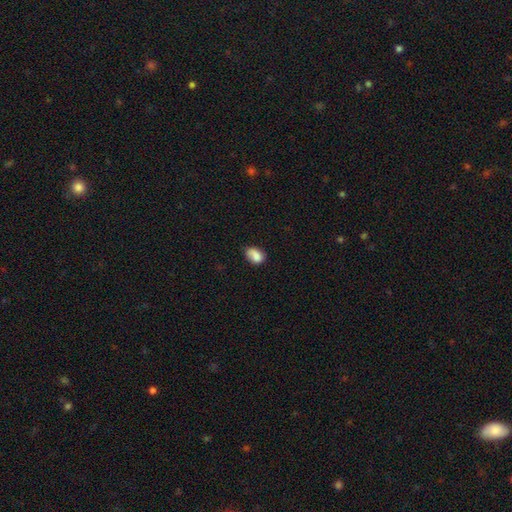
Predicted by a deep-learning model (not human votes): Overall: smooth (81%). How rounded: in between (78%). Merging: none (57%; minor disturbance 30%).